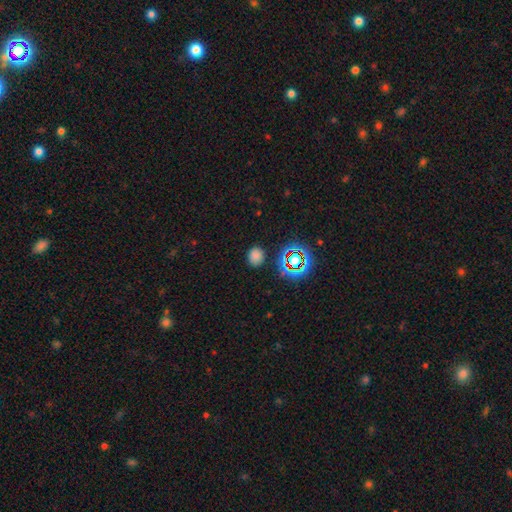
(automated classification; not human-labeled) Q: Smooth or featured?
A: smooth (72%); runner-up: star or artifact (23%)
Q: How rounded?
A: round (70%); runner-up: in between (29%)
Q: Merging?
A: none (85%); runner-up: minor disturbance (10%)